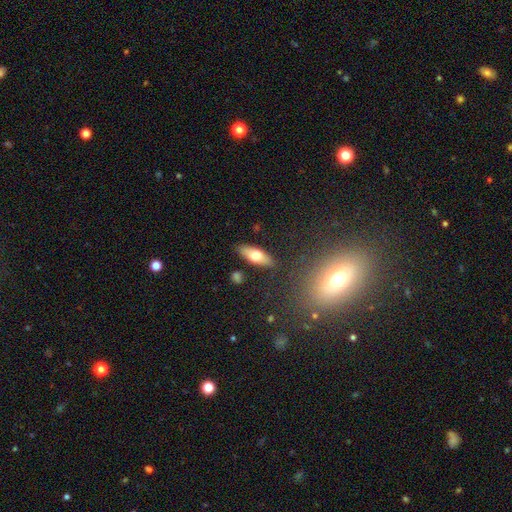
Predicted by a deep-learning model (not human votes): This appears to be a smooth galaxy with no disk features (67%) that is in between round and cigar-shaped (70%). Merging: none (86%).